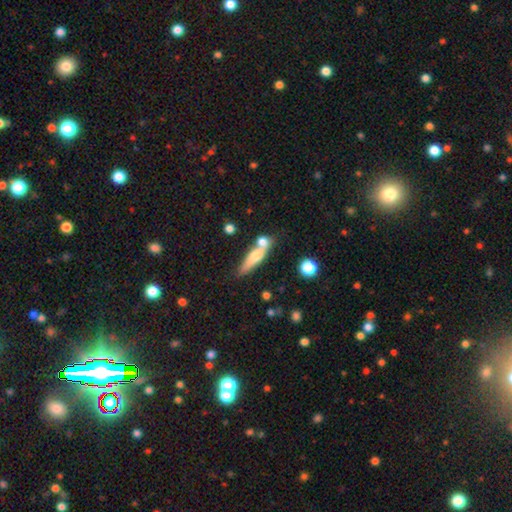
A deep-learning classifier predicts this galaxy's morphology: Smooth or featured?
  - smooth: 61% *
  - featured or disk: 32%
  - star or artifact: 8%
How rounded?
  - cigar-shaped: 70% *
  - in between: 26%
  - round: 4%
Merging?
  - none: 49% *
  - merger: 31%
  - minor disturbance: 15%
  - major disturbance: 6%